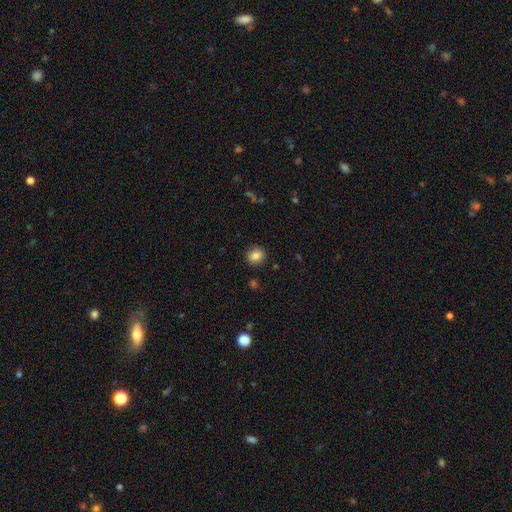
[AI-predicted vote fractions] This appears to be a smooth galaxy with no disk features (83%) that is round (80%). Merging: none (90%).